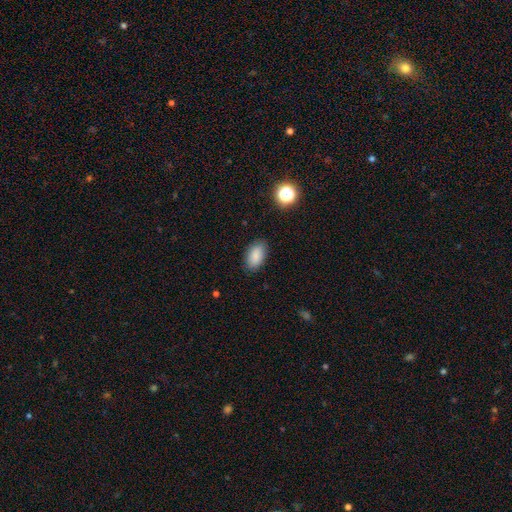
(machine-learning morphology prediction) Q: Smooth or featured?
A: smooth (88%); runner-up: star or artifact (8%)
Q: How rounded?
A: in between (93%); runner-up: round (5%)
Q: Merging?
A: none (86%); runner-up: minor disturbance (10%)